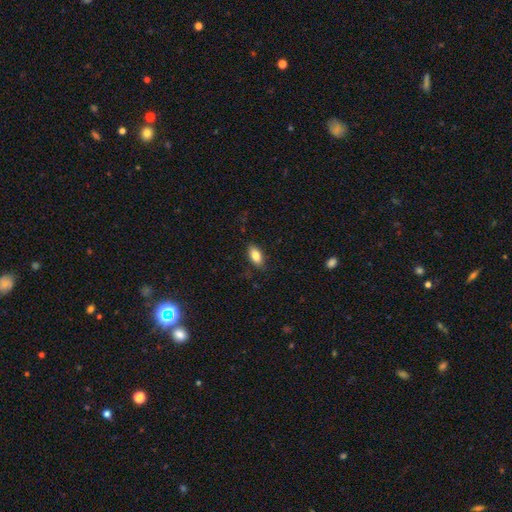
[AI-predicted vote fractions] A smooth galaxy with no disk features (81%) that is in between round and cigar-shaped (88%).

Vote fractions:
- Smooth or featured? smooth: 81% / featured or disk: 12% / star or artifact: 8%
- How rounded? in between: 88% / cigar-shaped: 8% / round: 4%
- Merging? none: 84% / minor disturbance: 12% / major disturbance: 3% / merger: 1%